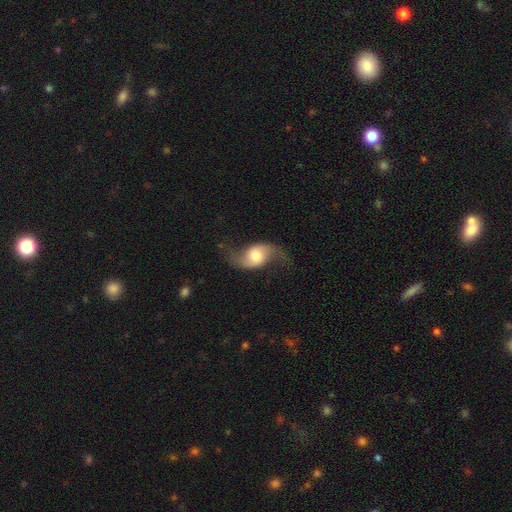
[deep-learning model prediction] A featured or disk galaxy (79%) with no bar (59%), 2 (93%) loose (83%) spiral arms (94%) and a moderate central bulge (56%).

Vote fractions:
- Smooth or featured? featured or disk: 79% / smooth: 15% / star or artifact: 6%
- Edge-on disk? no: 96% / yes: 4%
- Bar? no: 59% / weak: 32% / strong: 9%
- Spiral arms? yes: 94% / no: 6%
- Spiral winding? loose: 83% / medium: 14% / tight: 3%
- Spiral arm count? 2: 93% / 1: 2% / can't tell: 2% / 3: 1% / 4: 1% / more than 4: 1%
- Bulge size? moderate: 56% / large: 24% / small: 14% / dominant: 5% / none: 2%
- Merging? none: 69% / minor disturbance: 17% / major disturbance: 12% / merger: 2%